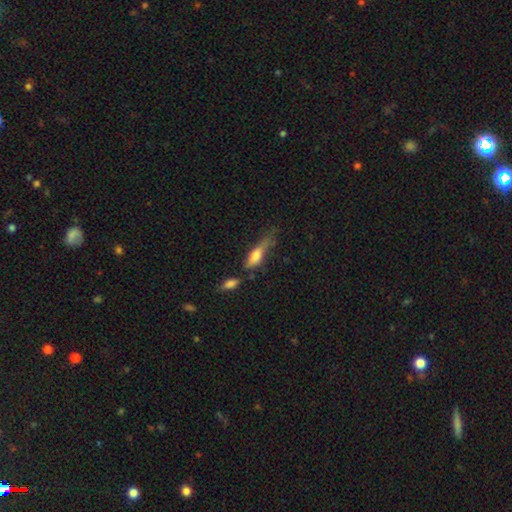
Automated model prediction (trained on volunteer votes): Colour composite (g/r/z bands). It shows a smooth galaxy with no disk features (65%) that is cigar-shaped (52%). Merging: none (36%).